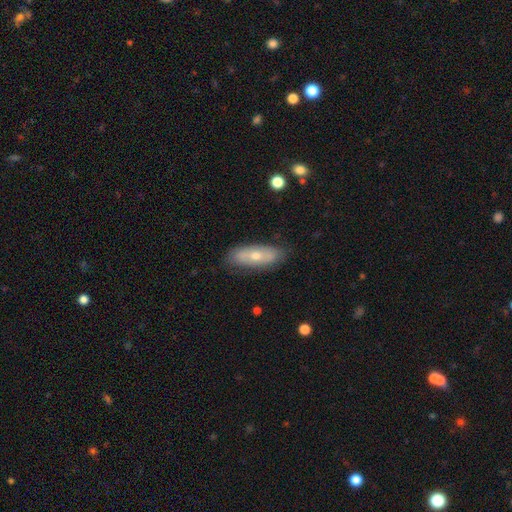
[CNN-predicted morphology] smooth 52%, featured or disk 42%, star or artifact 6%. Down the decision tree: how rounded — in between (69%); merging — none (80%).